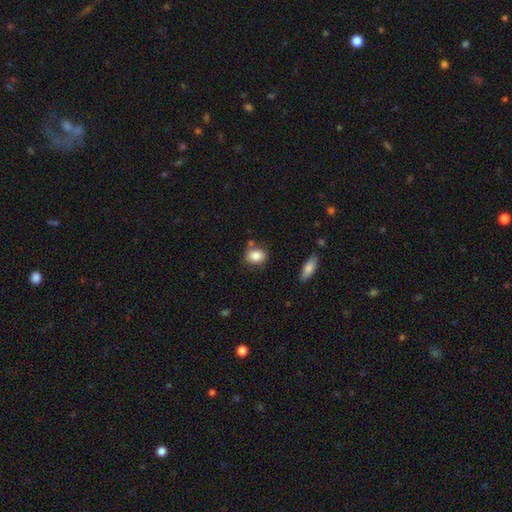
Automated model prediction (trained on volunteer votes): Overall: smooth (84%). How rounded: in between (55%; round 43%). Merging: none (74%).